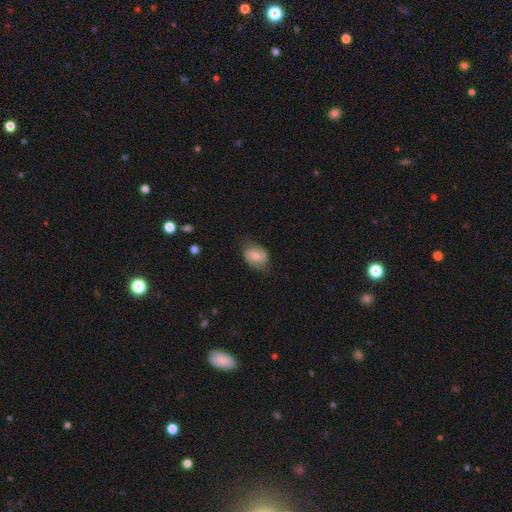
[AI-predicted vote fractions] A smooth galaxy with no disk features (71%) that is in between round and cigar-shaped (71%).

Vote fractions:
- Smooth or featured? smooth: 71% / featured or disk: 22% / star or artifact: 7%
- How rounded? in between: 71% / round: 28% / cigar-shaped: 1%
- Merging? none: 69% / minor disturbance: 24% / major disturbance: 6% / merger: 1%